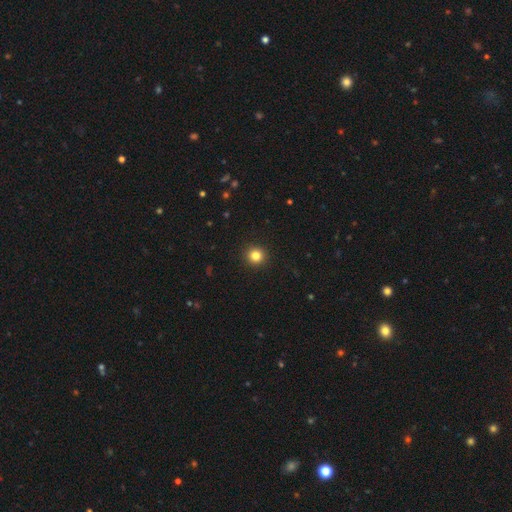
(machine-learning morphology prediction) Smooth or featured: smooth — 83% (star or artifact — 12%)
How rounded: round — 93% (in between — 6%)
Merging: none — 93% (minor disturbance — 4%)